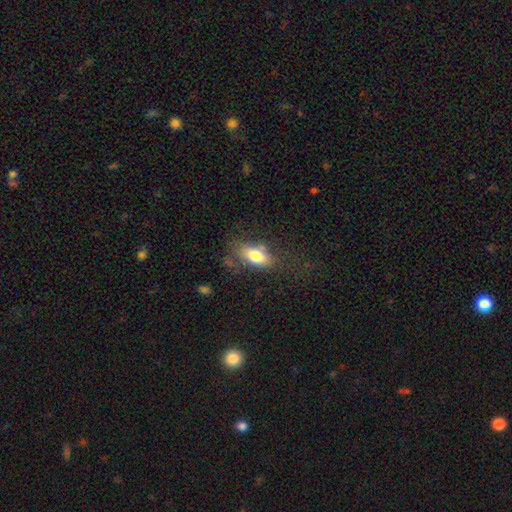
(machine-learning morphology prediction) smooth-or-featured: smooth: 78% | featured or disk: 14% | star or artifact: 8%
  how-rounded: in between: 87% | cigar-shaped: 8% | round: 5%
  merging: none: 58% | minor disturbance: 24% | major disturbance: 15% | merger: 4%